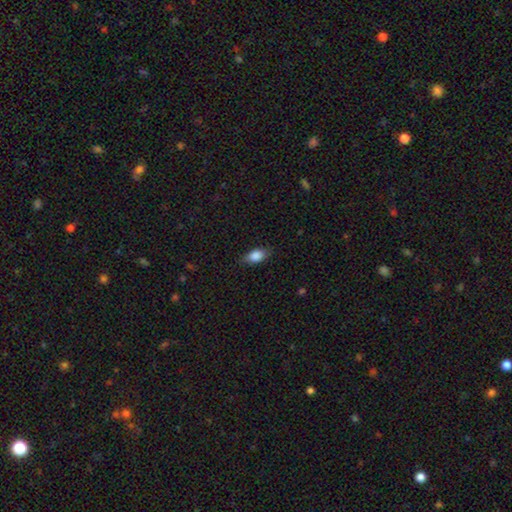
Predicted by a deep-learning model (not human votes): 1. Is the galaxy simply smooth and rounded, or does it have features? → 85% smooth, 8% featured or disk, 8% star or artifact.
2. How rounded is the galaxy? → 86% in between, 8% round, 6% cigar-shaped.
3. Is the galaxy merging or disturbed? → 80% none, 15% minor disturbance, 3% major disturbance, 1% merger.